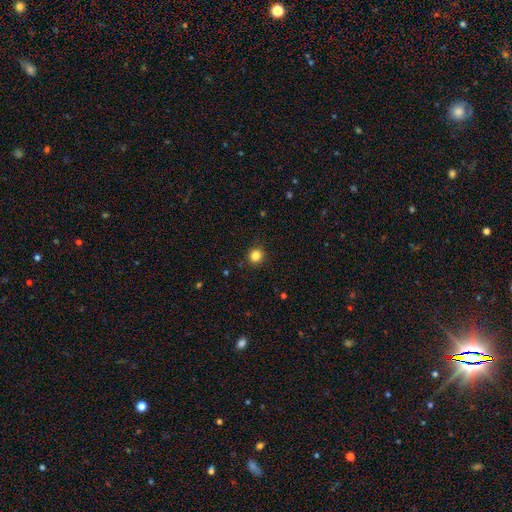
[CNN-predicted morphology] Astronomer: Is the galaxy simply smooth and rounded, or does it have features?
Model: smooth — 84%.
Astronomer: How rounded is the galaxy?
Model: round — 87%.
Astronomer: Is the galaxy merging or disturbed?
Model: none — 91%.